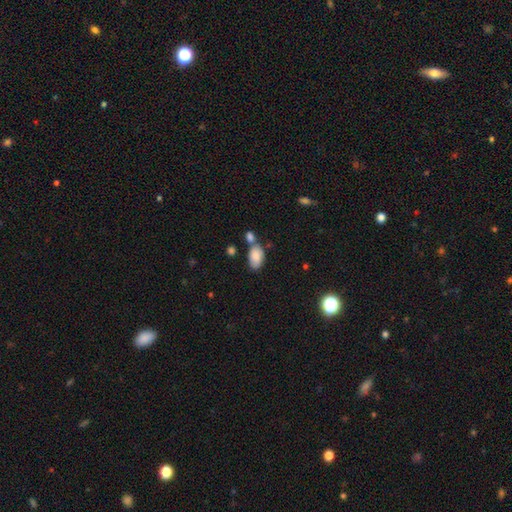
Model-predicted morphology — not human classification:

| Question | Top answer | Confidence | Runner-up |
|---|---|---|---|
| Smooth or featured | smooth | 83% | featured or disk (10%) |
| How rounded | in between | 93% | round (5%) |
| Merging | none | 51% | merger (26%) |